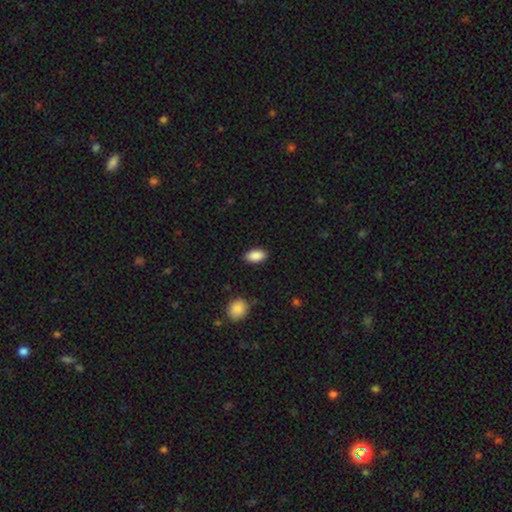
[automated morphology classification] Smooth or featured? Predicted: smooth (p=0.89). How rounded? Predicted: in between (p=0.93). Merging? Predicted: none (p=0.88).